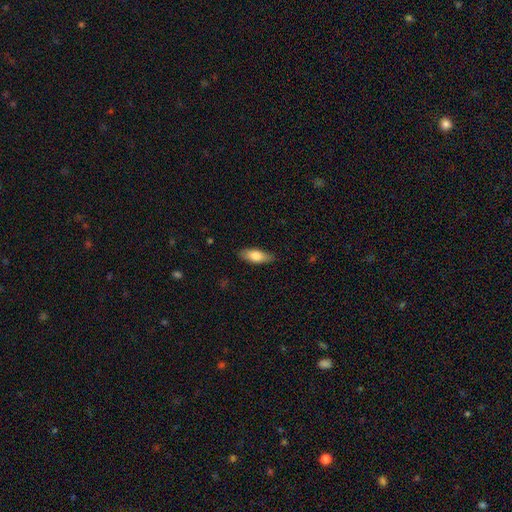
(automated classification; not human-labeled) This appears to be a smooth galaxy with no disk features (76%) that is in between round and cigar-shaped (70%). Merging: none (86%).